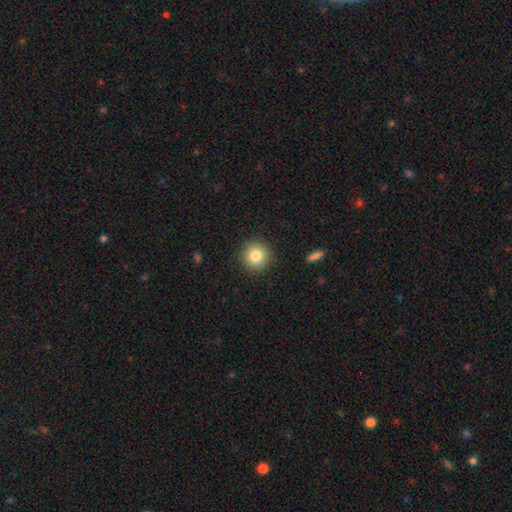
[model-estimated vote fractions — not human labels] smooth-or-featured: smooth: 83% | star or artifact: 10% | featured or disk: 7%
  how-rounded: round: 93% | in between: 6% | cigar-shaped: 1%
  merging: none: 90% | minor disturbance: 6% | major disturbance: 2% | merger: 1%